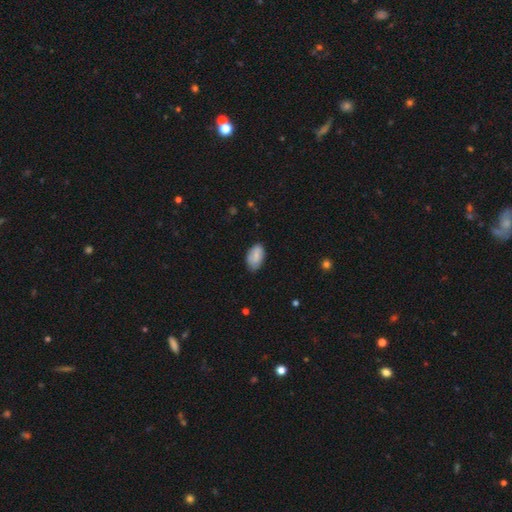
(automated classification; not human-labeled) Overall: smooth (80%). How rounded: in between (94%). Merging: none (67%).